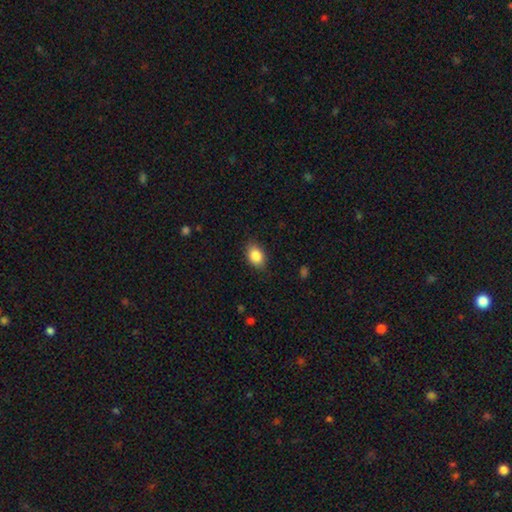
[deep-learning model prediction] Smooth or featured: smooth — 86% (star or artifact — 8%)
How rounded: in between — 81% (round — 18%)
Merging: none — 83% (minor disturbance — 13%)